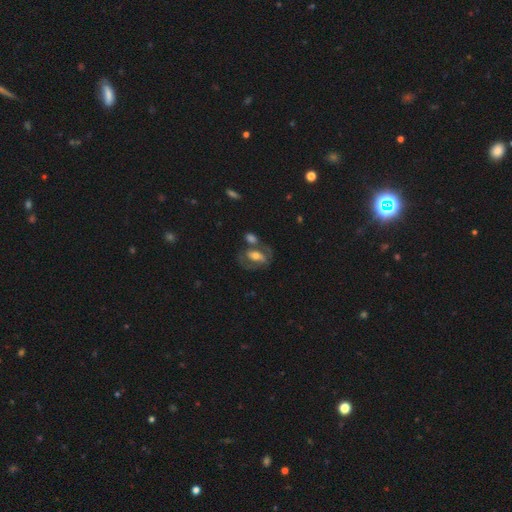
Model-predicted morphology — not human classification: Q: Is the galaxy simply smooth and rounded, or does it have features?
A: featured or disk — 57%.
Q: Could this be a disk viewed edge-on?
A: no — 91%.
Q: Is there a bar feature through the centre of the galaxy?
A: no — 42%.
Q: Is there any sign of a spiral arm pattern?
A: yes — 55%.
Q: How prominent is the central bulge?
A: moderate — 58%.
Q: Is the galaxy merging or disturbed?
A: none — 44%.